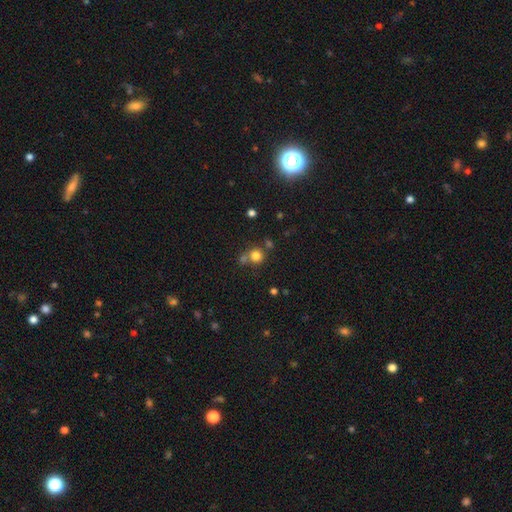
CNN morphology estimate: This appears to be a smooth galaxy with no disk features (79%) that is round (89%). Merging: none (59%).